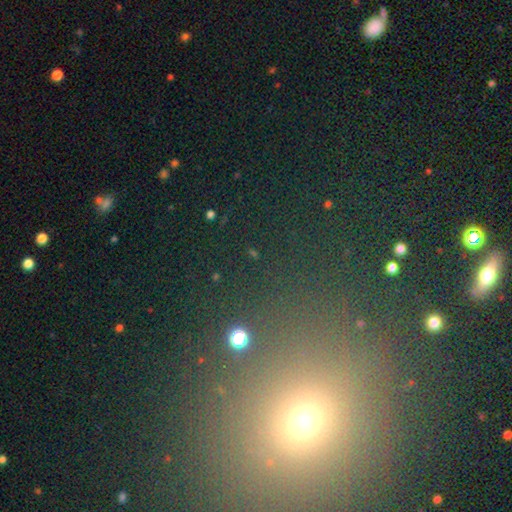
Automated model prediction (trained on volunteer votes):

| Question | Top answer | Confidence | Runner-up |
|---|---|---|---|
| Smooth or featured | star or artifact | 59% | smooth (32%) |